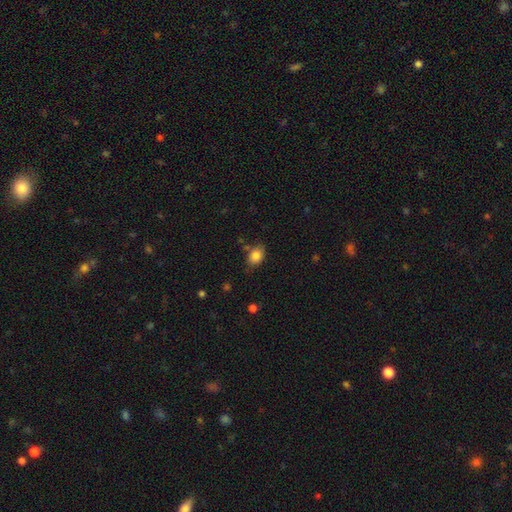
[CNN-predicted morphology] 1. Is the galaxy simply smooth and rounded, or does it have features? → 84% smooth, 9% star or artifact, 7% featured or disk.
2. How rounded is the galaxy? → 70% in between, 29% round, 1% cigar-shaped.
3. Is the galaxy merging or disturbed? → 70% none, 21% minor disturbance, 5% major disturbance, 4% merger.